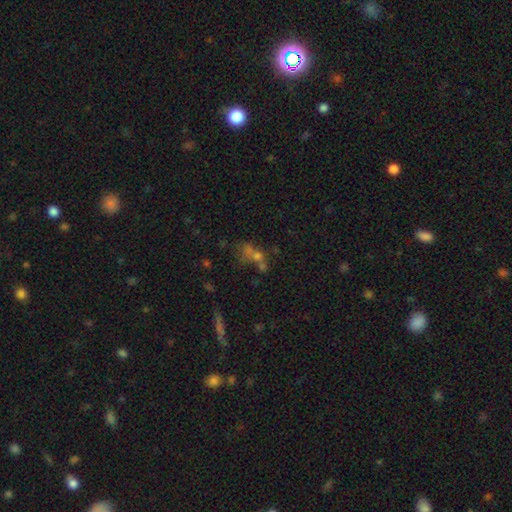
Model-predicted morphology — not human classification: smooth-or-featured: smooth: 39% | star or artifact: 37% | featured or disk: 24%
  merging: none: 40% | merger: 38% | minor disturbance: 12% | major disturbance: 11%